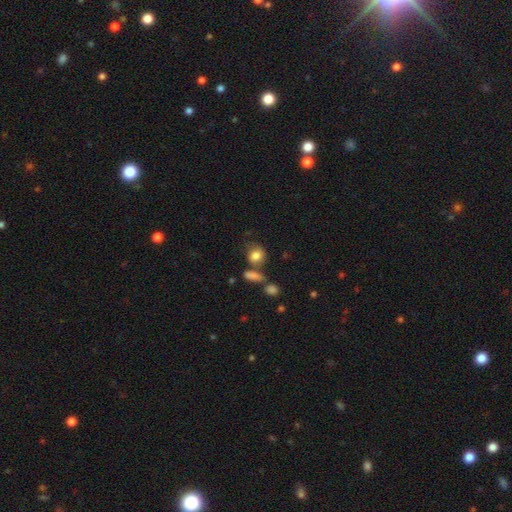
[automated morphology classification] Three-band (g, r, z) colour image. It shows a smooth galaxy with no disk features (82%) that is round (63%). Merging: none (55%).